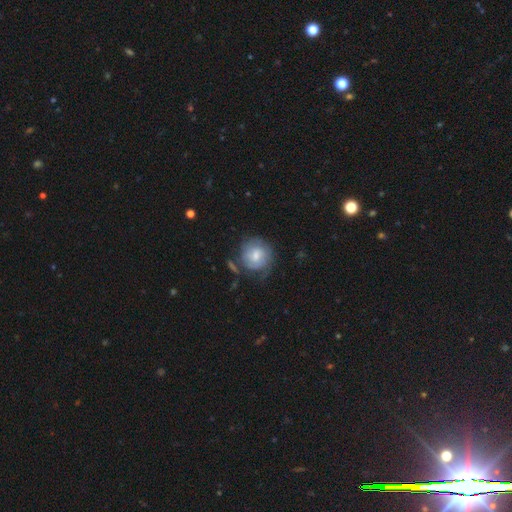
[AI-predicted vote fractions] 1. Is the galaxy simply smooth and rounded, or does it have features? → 51% smooth, 42% featured or disk, 7% star or artifact.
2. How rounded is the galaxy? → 87% round, 12% in between, 1% cigar-shaped.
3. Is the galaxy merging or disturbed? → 60% none, 22% minor disturbance, 12% major disturbance, 5% merger.